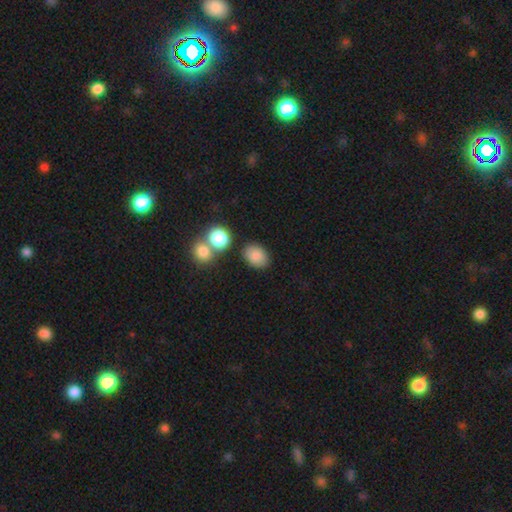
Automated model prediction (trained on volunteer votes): A smooth galaxy with no disk features (84%) that is in between round and cigar-shaped (69%). Merging: none (76%).